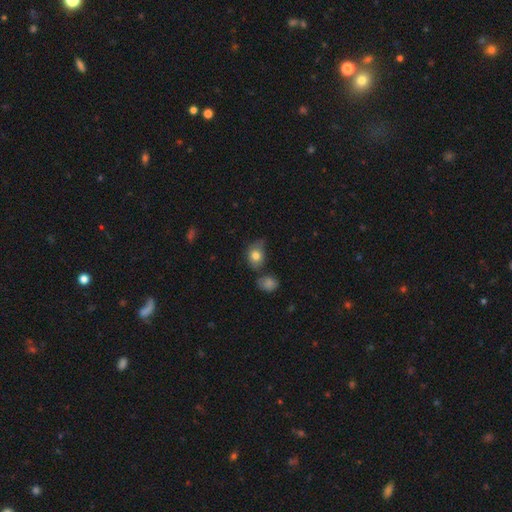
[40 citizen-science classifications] Q: Smooth or featured?
A: smooth (82%); runner-up: featured or disk (15%)
Q: How rounded?
A: in between (70%); runner-up: round (30%)
Q: Merging?
A: none (49%); runner-up: minor disturbance (33%)